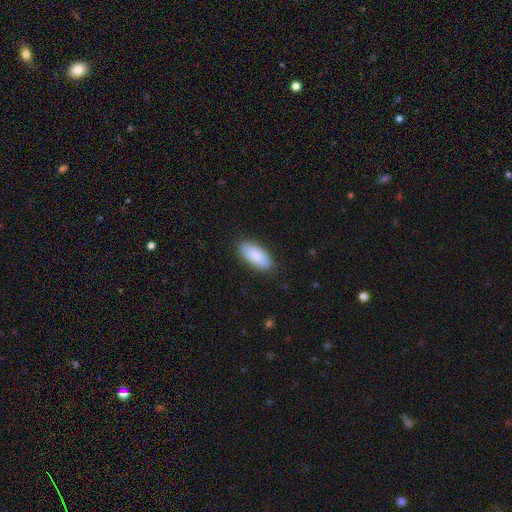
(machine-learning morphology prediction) Smooth or featured? smooth (86%)
How rounded? in between (88%)
Merging? none (87%)